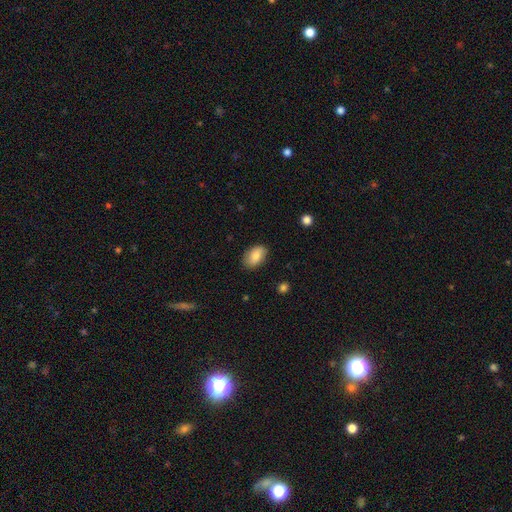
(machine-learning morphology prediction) Smooth or featured? smooth (86%)
How rounded? in between (92%)
Merging? none (84%)